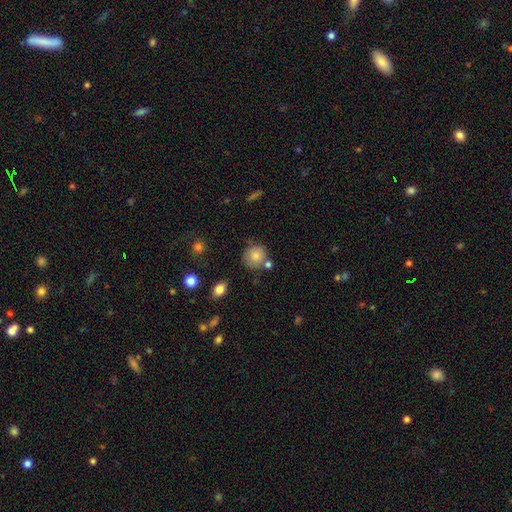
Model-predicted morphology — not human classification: Smooth or featured? smooth (82%)
How rounded? round (88%)
Merging? none (69%)